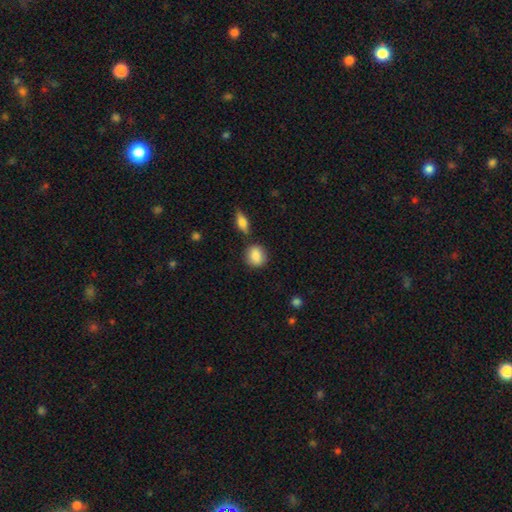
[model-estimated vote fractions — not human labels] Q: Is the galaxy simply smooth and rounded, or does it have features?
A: smooth — 87%.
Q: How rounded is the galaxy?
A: round — 62%.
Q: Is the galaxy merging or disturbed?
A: none — 75%.